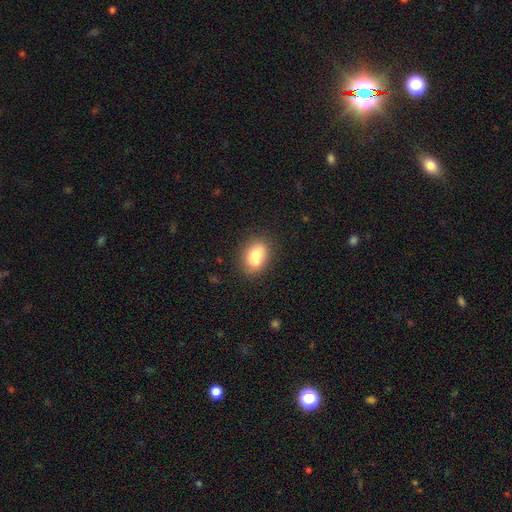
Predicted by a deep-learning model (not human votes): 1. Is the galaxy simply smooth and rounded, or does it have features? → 79% smooth, 12% featured or disk, 9% star or artifact.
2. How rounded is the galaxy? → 77% in between, 21% round, 2% cigar-shaped.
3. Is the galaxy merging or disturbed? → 70% none, 17% minor disturbance, 9% merger, 4% major disturbance.